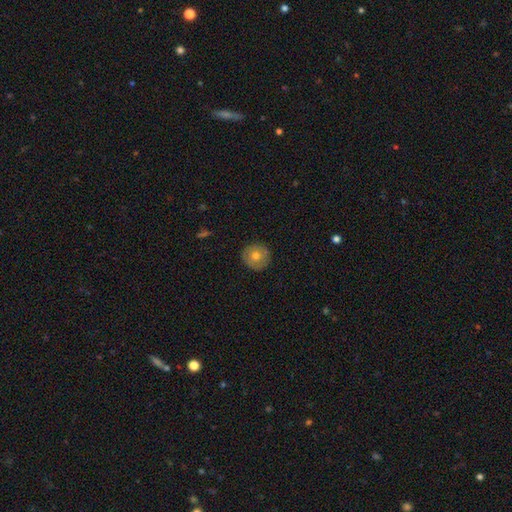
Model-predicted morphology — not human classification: Smooth or featured? Predicted: smooth (p=0.69). How rounded? Predicted: round (p=0.95). Merging? Predicted: none (p=0.90).